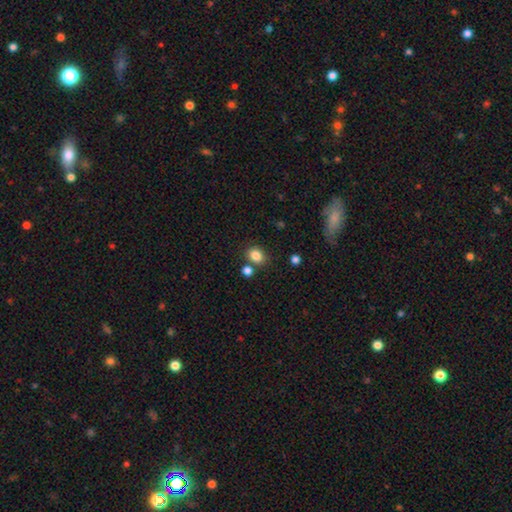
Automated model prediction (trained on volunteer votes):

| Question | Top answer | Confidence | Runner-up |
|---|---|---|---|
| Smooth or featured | smooth | 83% | star or artifact (11%) |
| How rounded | round | 55% | in between (44%) |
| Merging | none | 73% | merger (12%) |